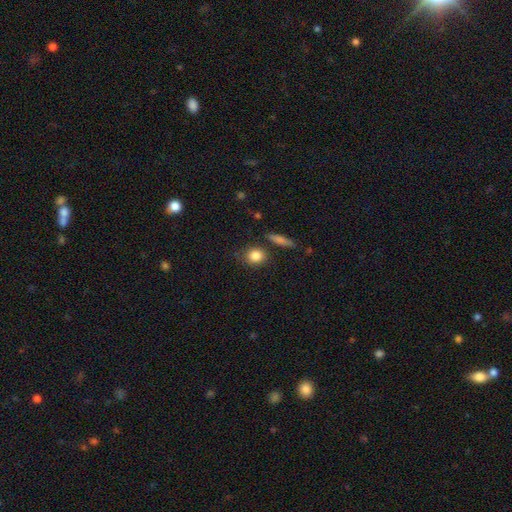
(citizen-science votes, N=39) Smooth or featured? 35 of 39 (90%) said smooth. How rounded? 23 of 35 (66%) said round. Merging? 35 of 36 (97%) said none.